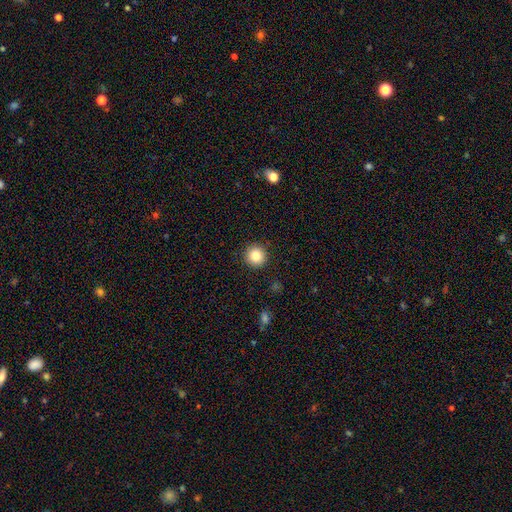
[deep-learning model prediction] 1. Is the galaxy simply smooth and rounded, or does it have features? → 85% smooth, 10% star or artifact, 5% featured or disk.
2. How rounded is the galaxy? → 95% round, 4% in between, 1% cigar-shaped.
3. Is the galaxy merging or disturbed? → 92% none, 5% minor disturbance, 2% major disturbance, 1% merger.